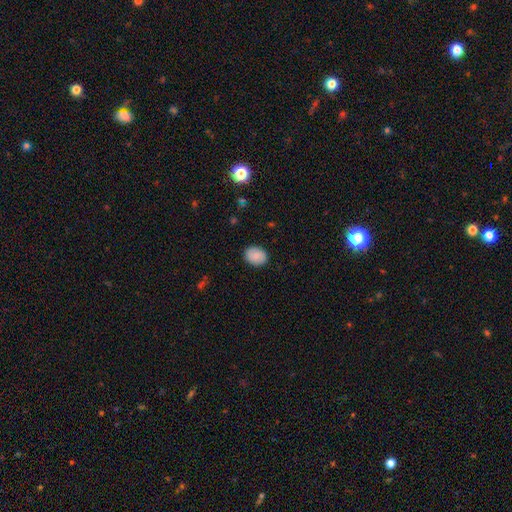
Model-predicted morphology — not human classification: A smooth galaxy with no disk features (79%) that is in between round and cigar-shaped (53%).

Vote fractions:
- Smooth or featured? smooth: 79% / featured or disk: 13% / star or artifact: 7%
- How rounded? in between: 53% / round: 46% / cigar-shaped: 1%
- Merging? none: 86% / minor disturbance: 10% / major disturbance: 2% / merger: 1%